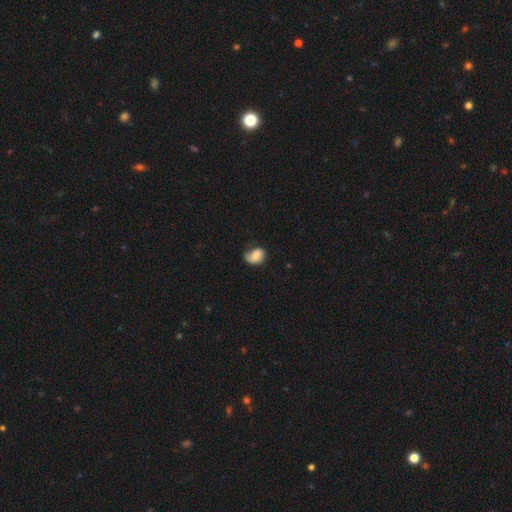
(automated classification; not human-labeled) Smooth or featured? Predicted: smooth (p=0.61). How rounded? Predicted: in between (p=0.68). Merging? Predicted: none (p=0.44).